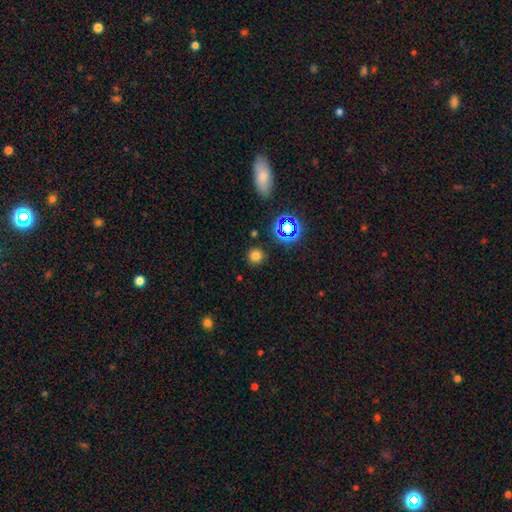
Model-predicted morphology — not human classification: A smooth galaxy with no disk features (73%) that is round (94%). Merging: none (89%).